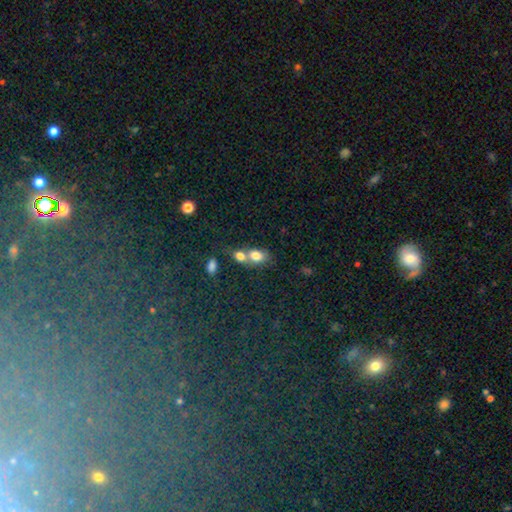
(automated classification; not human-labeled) Smooth or featured? Predicted: smooth (p=0.77). How rounded? Predicted: in between (p=0.69). Merging? Predicted: merger (p=0.62).